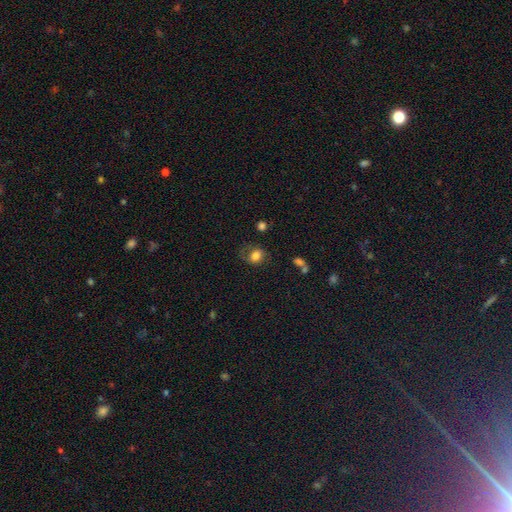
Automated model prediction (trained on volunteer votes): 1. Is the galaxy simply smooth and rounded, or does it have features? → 73% smooth, 17% featured or disk, 10% star or artifact.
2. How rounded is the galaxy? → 51% in between, 48% round, 1% cigar-shaped.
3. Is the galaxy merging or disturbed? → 49% none, 26% minor disturbance, 21% major disturbance, 3% merger.